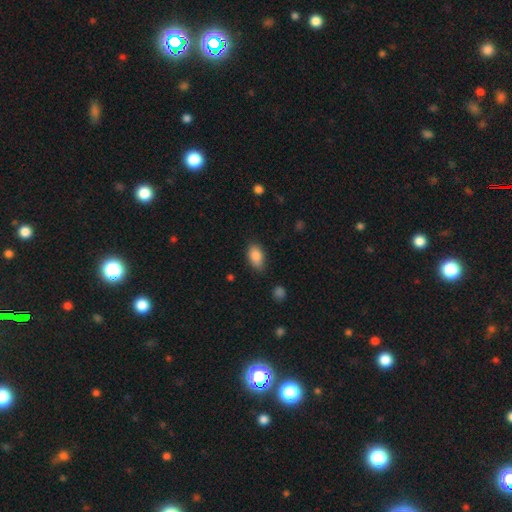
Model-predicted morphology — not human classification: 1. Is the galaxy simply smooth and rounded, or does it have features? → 85% smooth, 8% star or artifact, 7% featured or disk.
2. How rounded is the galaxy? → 90% in between, 7% round, 3% cigar-shaped.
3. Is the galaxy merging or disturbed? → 78% none, 17% minor disturbance, 3% major disturbance, 2% merger.